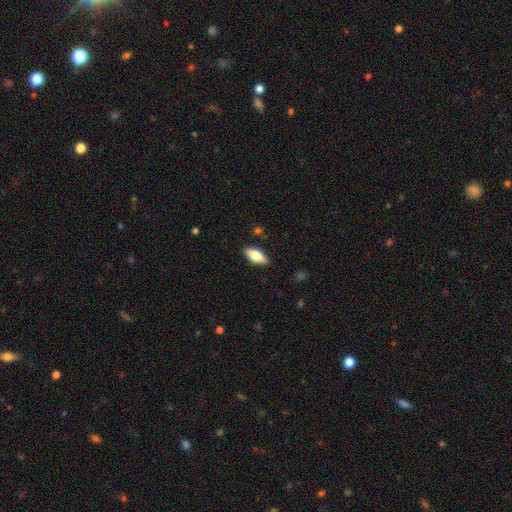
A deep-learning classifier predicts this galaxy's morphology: This is likely a smooth galaxy (74%). How rounded: clearly in between (83%). Merging: clearly none (88%).